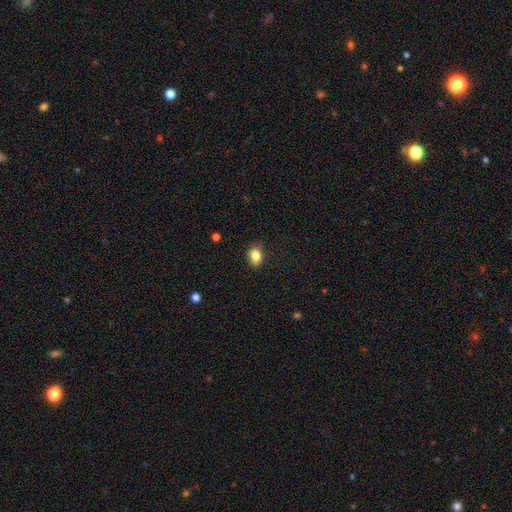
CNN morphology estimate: smooth 84%, star or artifact 9%, featured or disk 6%. Down the decision tree: how rounded — in between (70%); merging — none (83%).